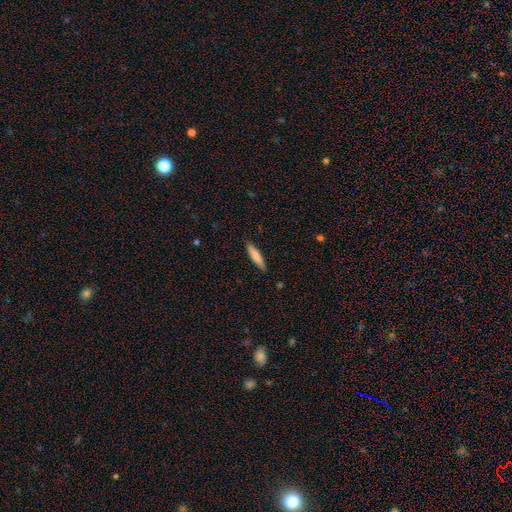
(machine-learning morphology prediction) Smooth or featured: smooth — 77% (featured or disk — 17%)
How rounded: cigar-shaped — 84% (in between — 15%)
Merging: none — 88% (minor disturbance — 9%)